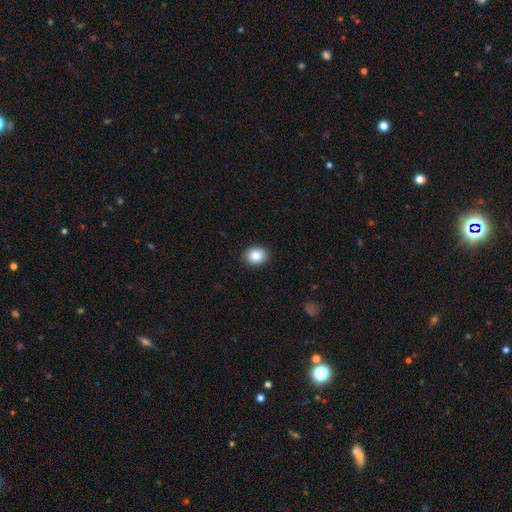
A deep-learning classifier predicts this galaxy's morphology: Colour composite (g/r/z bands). It shows a smooth galaxy with no disk features (86%) that is round (55%). Merging: none (91%).